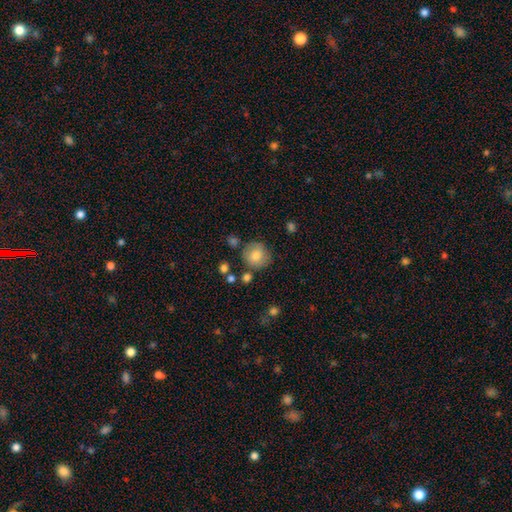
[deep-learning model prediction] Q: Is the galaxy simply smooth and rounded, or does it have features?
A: smooth — 78%.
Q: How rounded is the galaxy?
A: round — 90%.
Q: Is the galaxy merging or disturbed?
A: none — 74%.